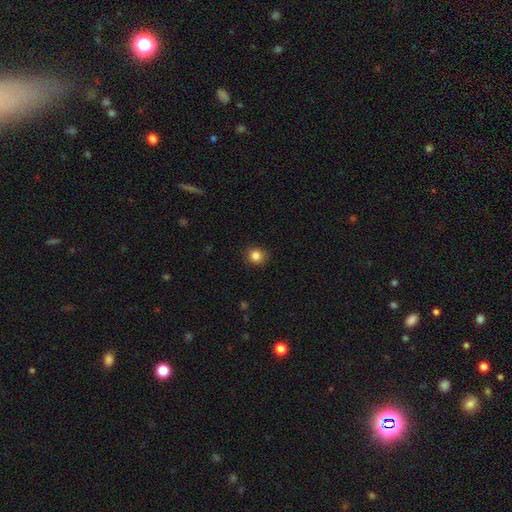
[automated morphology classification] A smooth galaxy with no disk features (84%) that is round (87%). Merging: none (87%).